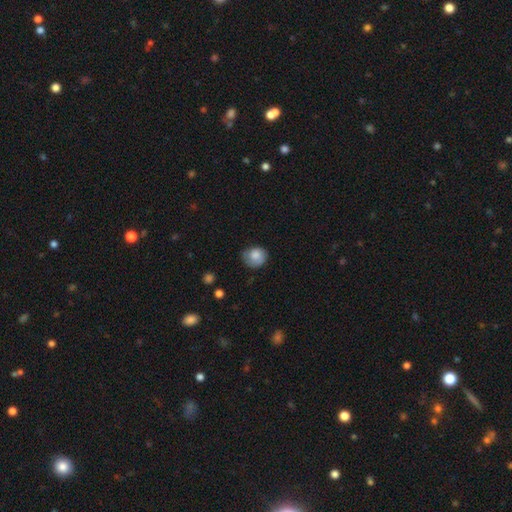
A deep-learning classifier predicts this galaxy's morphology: Q: Smooth or featured?
A: smooth (81%); runner-up: featured or disk (12%)
Q: How rounded?
A: round (72%); runner-up: in between (27%)
Q: Merging?
A: none (57%); runner-up: minor disturbance (33%)